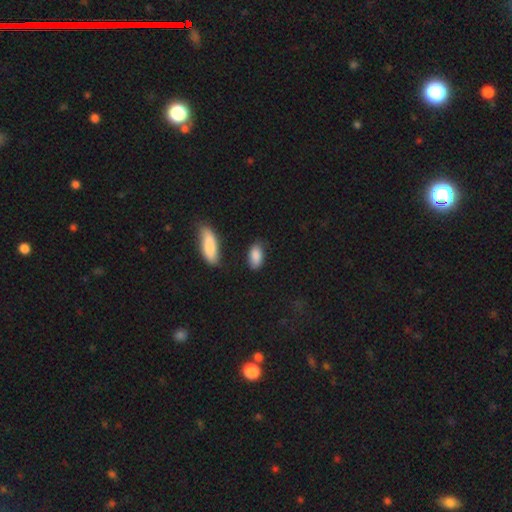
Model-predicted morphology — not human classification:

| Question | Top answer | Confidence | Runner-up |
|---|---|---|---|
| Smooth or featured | smooth | 87% | star or artifact (7%) |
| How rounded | in between | 91% | cigar-shaped (5%) |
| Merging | none | 70% | minor disturbance (20%) |